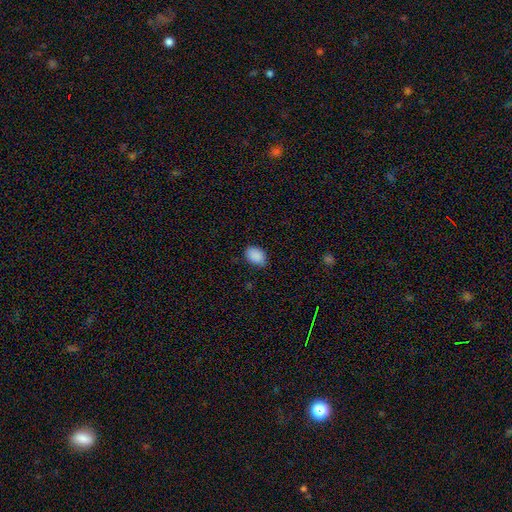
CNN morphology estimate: A smooth galaxy with no disk features (89%) that is in between round and cigar-shaped (82%). Merging: none (78%).